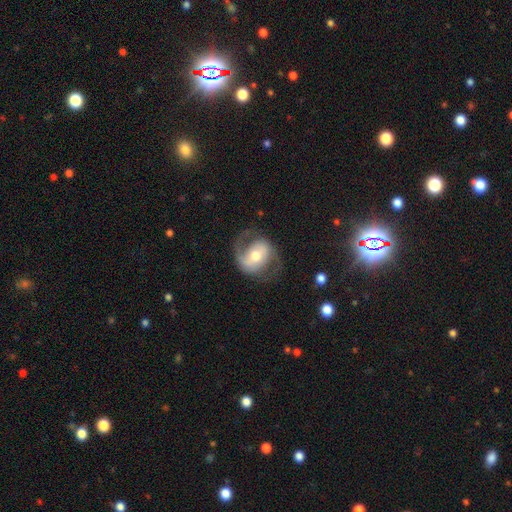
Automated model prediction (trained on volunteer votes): This appears to be a featured or disk galaxy (80%) with no bar (42%), 2 (82%) medium (51%) spiral arms (92%) and a moderate central bulge (69%). Merging: none (68%).